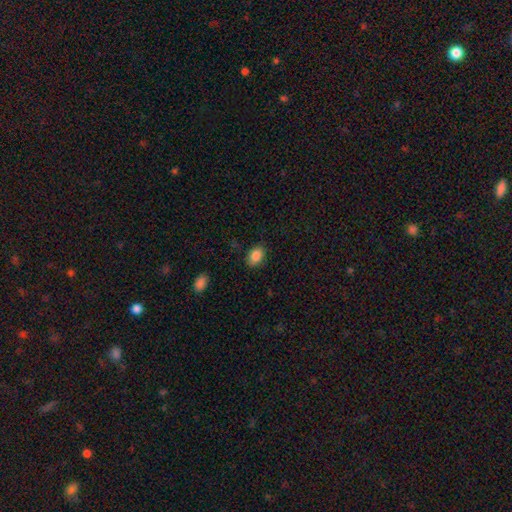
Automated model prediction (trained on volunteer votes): smooth_or_featured: smooth (p=0.87) [alt: star or artifact p=0.09]
how_rounded: in between (p=0.83) [alt: round p=0.16]
merging: none (p=0.83) [alt: minor disturbance p=0.13]